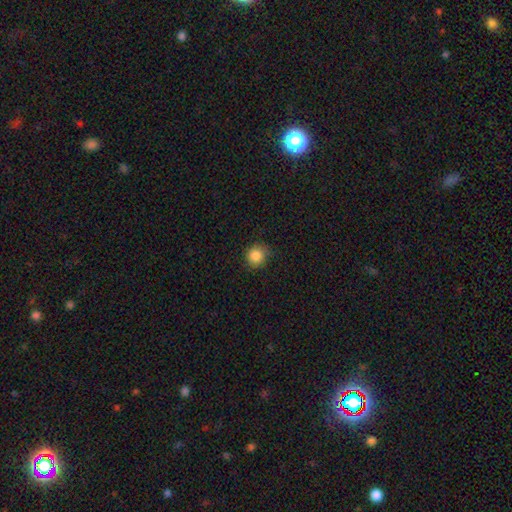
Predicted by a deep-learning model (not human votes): Morphology: type=smooth (85%); roundness=round (89%); merging=none (83%).